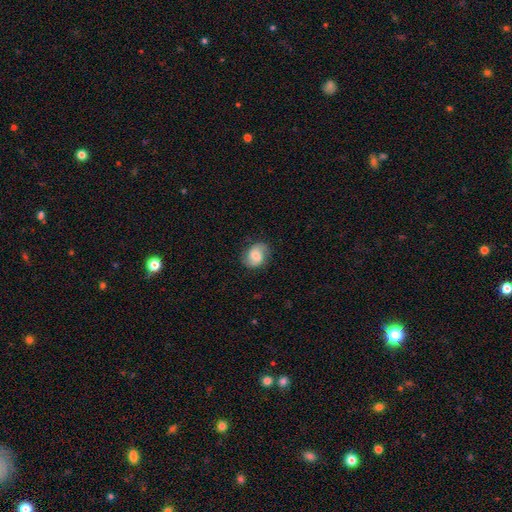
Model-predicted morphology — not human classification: This appears to be a featured or disk galaxy (46%, tied with smooth). Merging: none (79%).